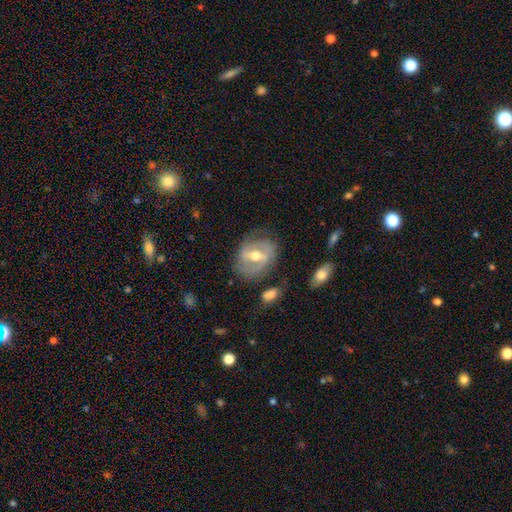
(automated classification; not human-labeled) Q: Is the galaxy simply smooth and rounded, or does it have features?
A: featured or disk — 74%.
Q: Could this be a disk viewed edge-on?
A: no — 95%.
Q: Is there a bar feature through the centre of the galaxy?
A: strong — 44%.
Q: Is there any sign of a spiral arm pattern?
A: yes — 74%.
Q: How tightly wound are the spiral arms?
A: medium — 43%.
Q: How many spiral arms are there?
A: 2 — 74%.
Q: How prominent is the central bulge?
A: moderate — 74%.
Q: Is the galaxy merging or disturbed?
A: none — 70%.